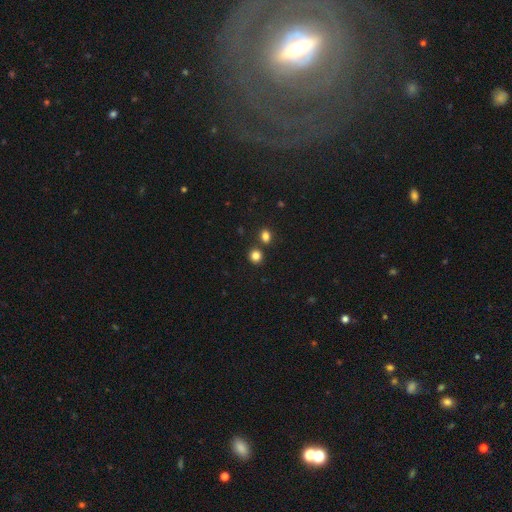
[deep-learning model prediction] Smooth or featured? smooth (83%)
How rounded? round (84%)
Merging? none (77%)